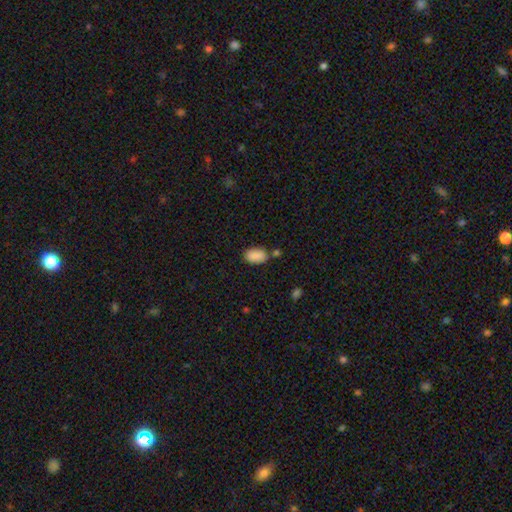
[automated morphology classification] The model was most divided on "merging": none: 70%, minor disturbance: 15%, merger: 12%, major disturbance: 4%. More confident: how rounded — in between (92%); smooth or featured — smooth (88%).